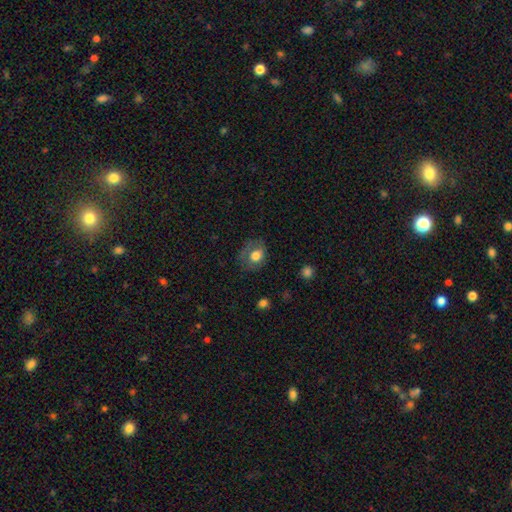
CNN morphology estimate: This is likely a smooth galaxy (71%). How rounded: possibly round (53%). Merging: possibly none (57%).